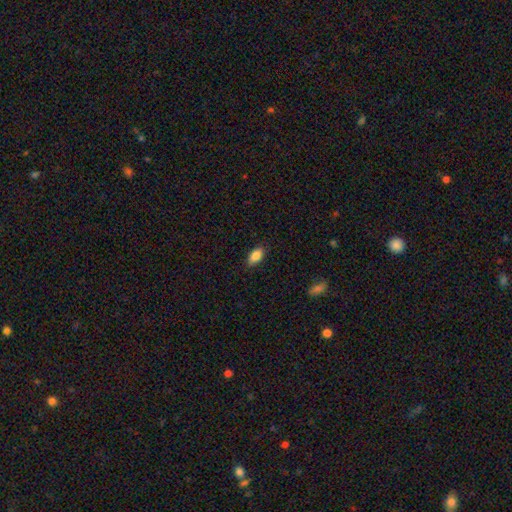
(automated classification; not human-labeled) Smooth or featured? Predicted: smooth (p=0.87). How rounded? Predicted: in between (p=0.91). Merging? Predicted: none (p=0.85).